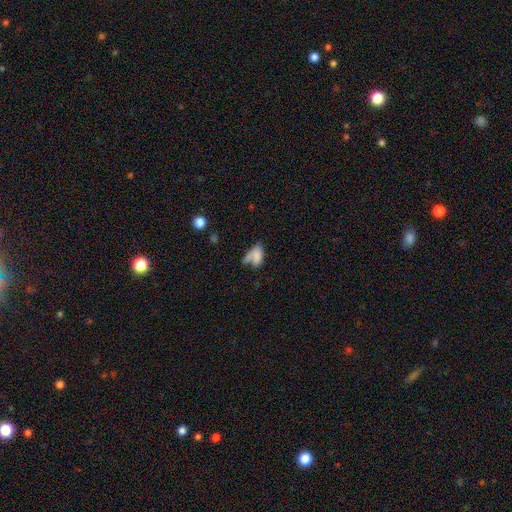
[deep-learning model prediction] Overall: smooth (73%). How rounded: in between (84%). Merging: merger (34%; none 33%).